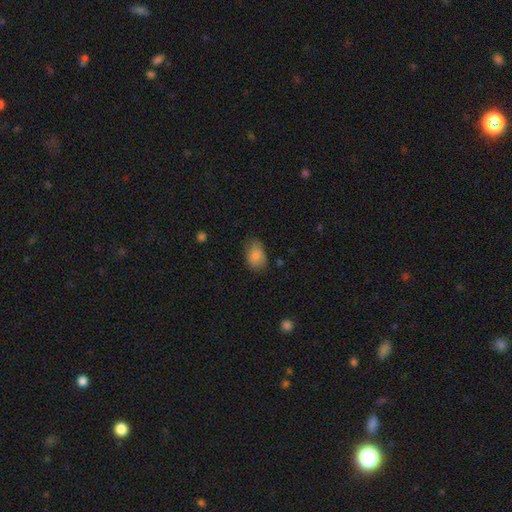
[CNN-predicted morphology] smooth-or-featured: smooth: 84% | featured or disk: 8% | star or artifact: 8%
  how-rounded: in between: 84% | round: 14% | cigar-shaped: 1%
  merging: none: 64% | minor disturbance: 27% | major disturbance: 7% | merger: 2%